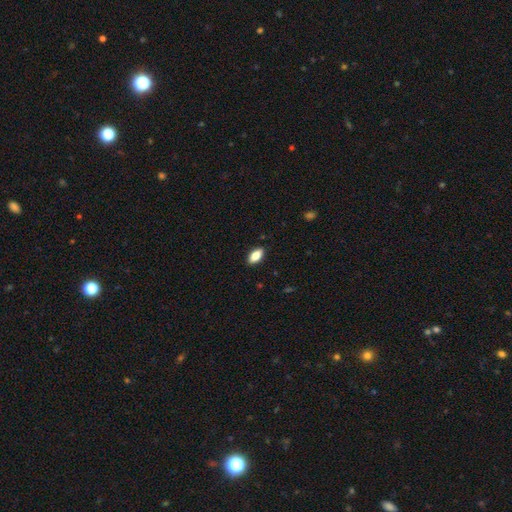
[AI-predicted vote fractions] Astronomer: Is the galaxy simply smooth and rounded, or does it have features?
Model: smooth — 82%.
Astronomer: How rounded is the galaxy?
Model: in between — 89%.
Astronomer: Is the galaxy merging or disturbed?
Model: none — 88%.